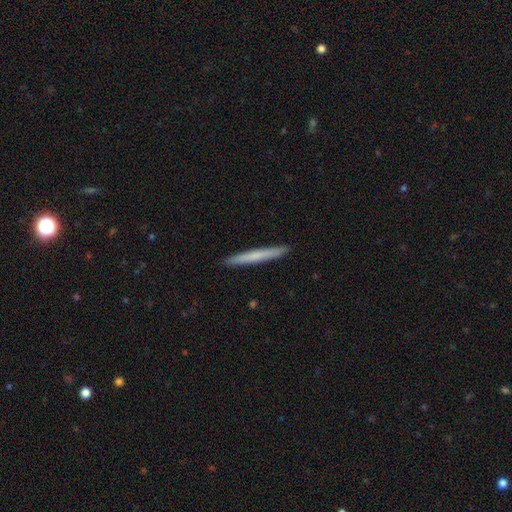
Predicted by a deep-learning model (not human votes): A smooth galaxy with no disk features (62%) that is cigar-shaped (97%). Merging: none (92%).